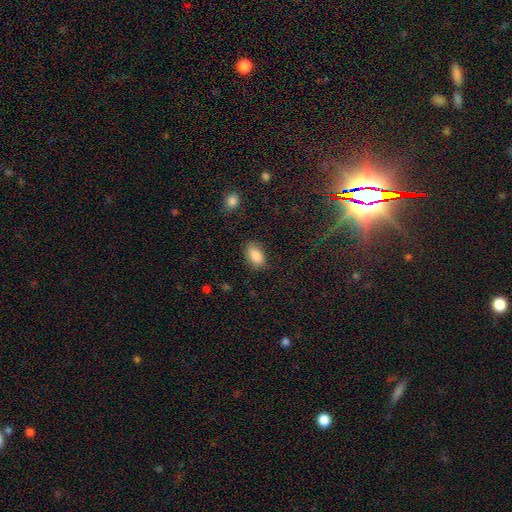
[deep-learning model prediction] Smooth or featured? smooth (87%)
How rounded? in between (92%)
Merging? none (83%)